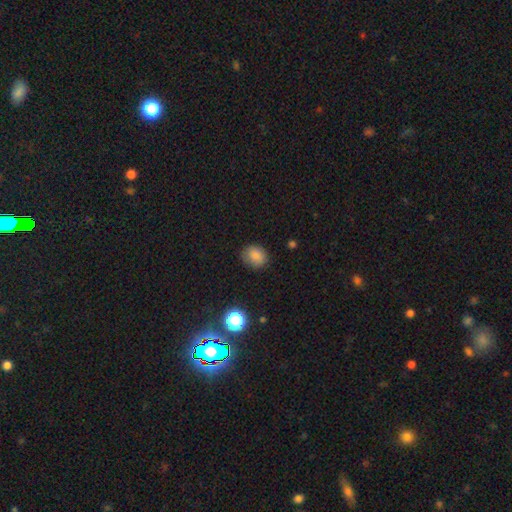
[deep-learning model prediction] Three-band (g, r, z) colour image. It shows a smooth galaxy with no disk features (84%) that is round (58%). Merging: none (79%).